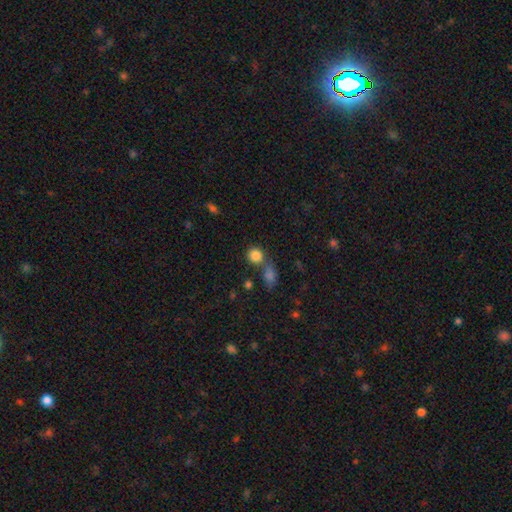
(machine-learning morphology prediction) Overall: smooth (83%). How rounded: round (82%). Merging: none (58%; merger 28%).